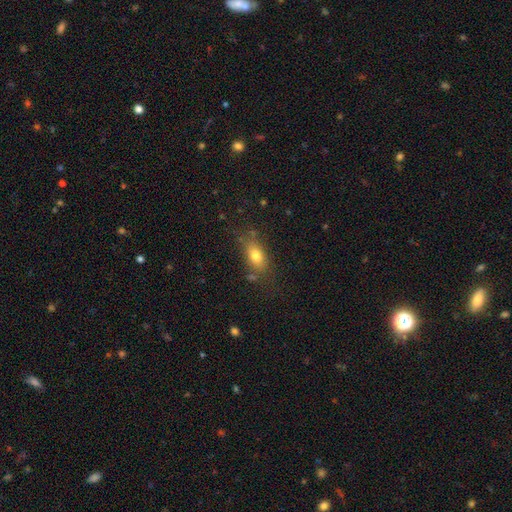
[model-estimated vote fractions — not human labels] This appears to be a smooth galaxy with no disk features (77%) that is in between round and cigar-shaped (82%). Merging: none (71%).